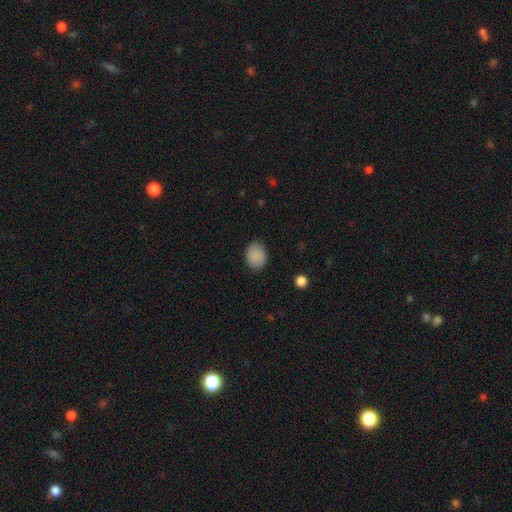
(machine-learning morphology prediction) smooth_or_featured: smooth (p=0.88) [alt: star or artifact p=0.08]
how_rounded: round (p=0.52) [alt: in between p=0.47]
merging: none (p=0.83) [alt: minor disturbance p=0.13]